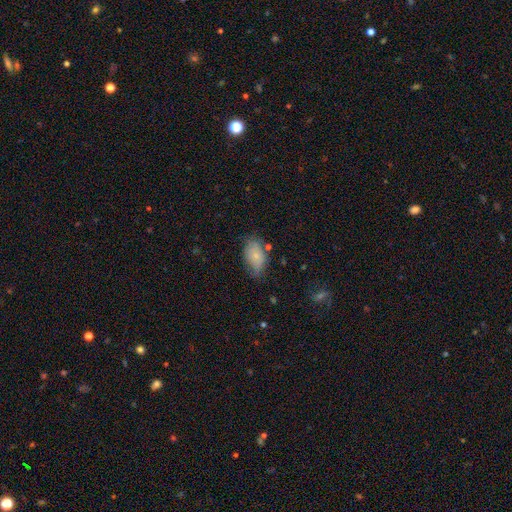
smooth-or-featured: smooth: 84% | featured or disk: 16% | star or artifact: 0%
  how-rounded: in between: 91% | round: 9% | cigar-shaped: 0%
  merging: none: 55% | minor disturbance: 29% | merger: 13% | major disturbance: 3%